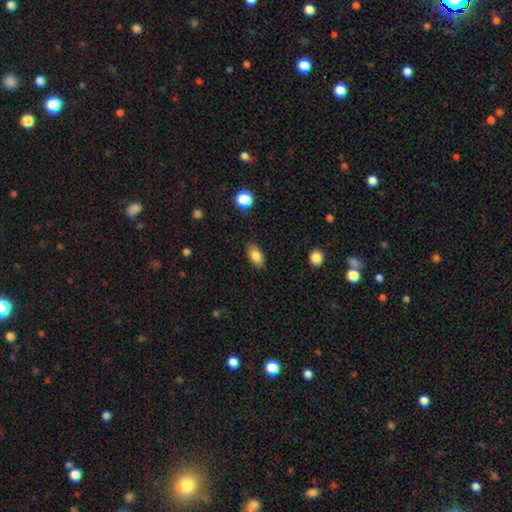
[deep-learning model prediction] Smooth or featured?
  - smooth: 84% *
  - star or artifact: 8%
  - featured or disk: 8%
How rounded?
  - in between: 88% *
  - round: 7%
  - cigar-shaped: 4%
Merging?
  - none: 85% *
  - minor disturbance: 11%
  - major disturbance: 3%
  - merger: 1%